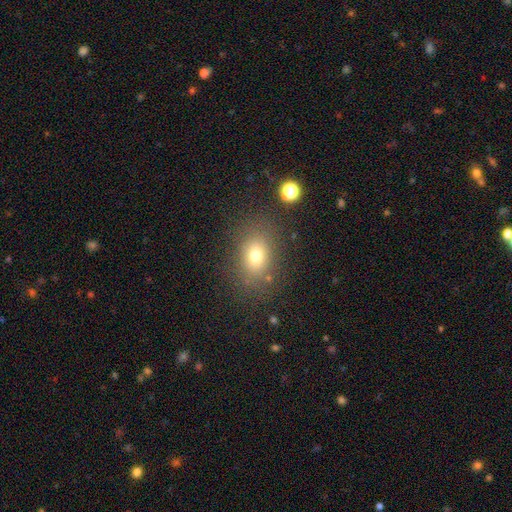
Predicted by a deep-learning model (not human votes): This appears to be a smooth galaxy with no disk features (74%) that is in between round and cigar-shaped (65%). Merging: none (81%).